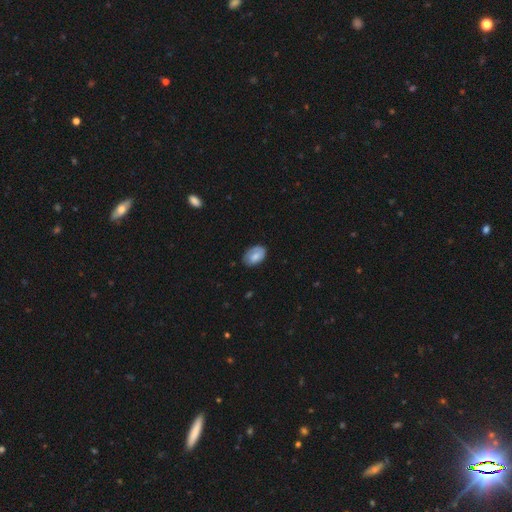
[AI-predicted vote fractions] Smooth or featured? Predicted: smooth (p=0.70). How rounded? Predicted: in between (p=0.89). Merging? Predicted: none (p=0.71).